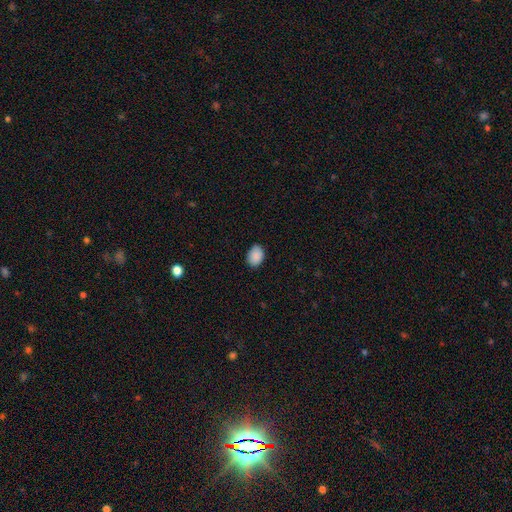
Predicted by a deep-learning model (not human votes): Morphology: type=smooth (90%); roundness=in between (77%); merging=none (85%).